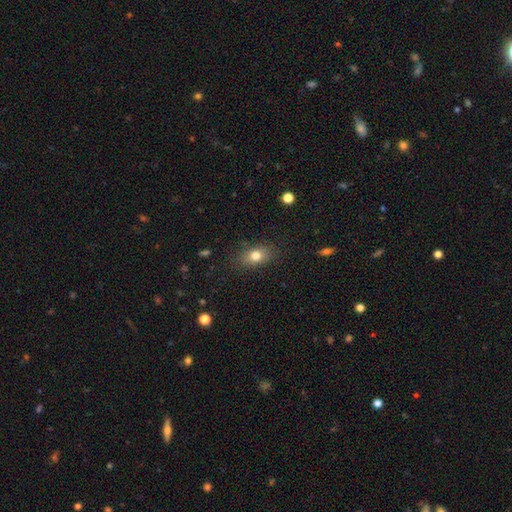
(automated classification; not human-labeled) This is likely a smooth galaxy (78%). How rounded: likely in between (78%). Merging: clearly none (82%).